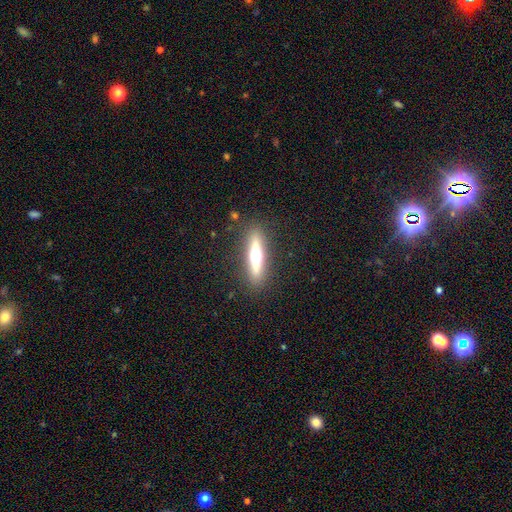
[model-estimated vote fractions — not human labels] Q: Smooth or featured?
A: featured or disk (60%); runner-up: smooth (32%)
Q: Edge-on disk?
A: yes (93%); runner-up: no (7%)
Q: Edge-on bulge?
A: rounded (91%); runner-up: boxy (5%)
Q: Merging?
A: none (88%); runner-up: minor disturbance (8%)